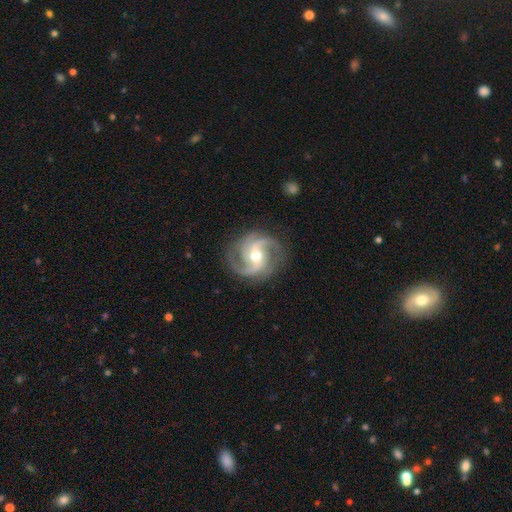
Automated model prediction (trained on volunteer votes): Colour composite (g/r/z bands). It shows a featured or disk galaxy (92%) with a weak bar (40%), 3 (52%) medium (57%) spiral arms (98%) and a moderate central bulge (74%). Merging: none (81%).